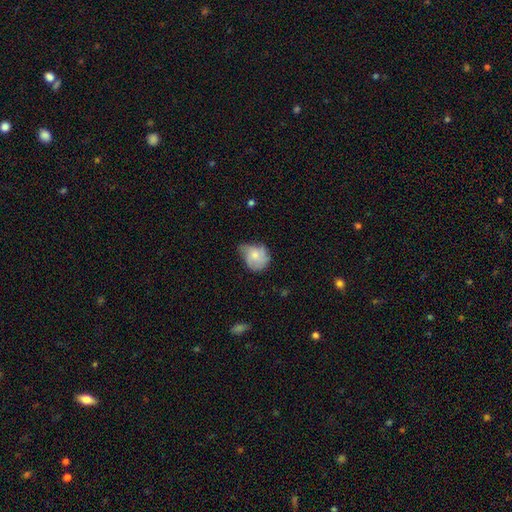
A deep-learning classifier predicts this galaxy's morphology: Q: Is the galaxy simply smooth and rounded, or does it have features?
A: smooth — 59%.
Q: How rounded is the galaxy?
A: round — 59%.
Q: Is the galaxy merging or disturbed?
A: minor disturbance — 44%.